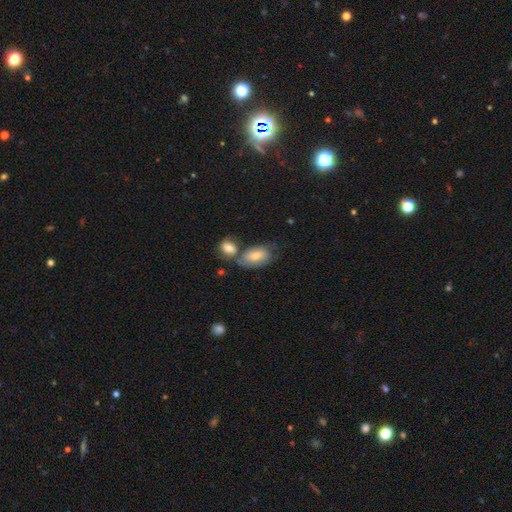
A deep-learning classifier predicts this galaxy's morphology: smooth-or-featured: smooth: 70% | featured or disk: 23% | star or artifact: 7%
  how-rounded: in between: 91% | round: 7% | cigar-shaped: 2%
  merging: merger: 41% | none: 35% | minor disturbance: 17% | major disturbance: 8%